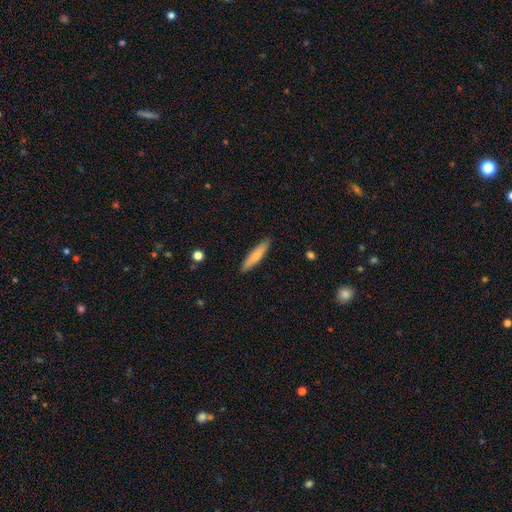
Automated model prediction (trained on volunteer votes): Smooth or featured?
  - smooth: 76% *
  - featured or disk: 18%
  - star or artifact: 6%
How rounded?
  - cigar-shaped: 87% *
  - in between: 12%
  - round: 1%
Merging?
  - none: 89% *
  - minor disturbance: 8%
  - major disturbance: 2%
  - merger: 1%